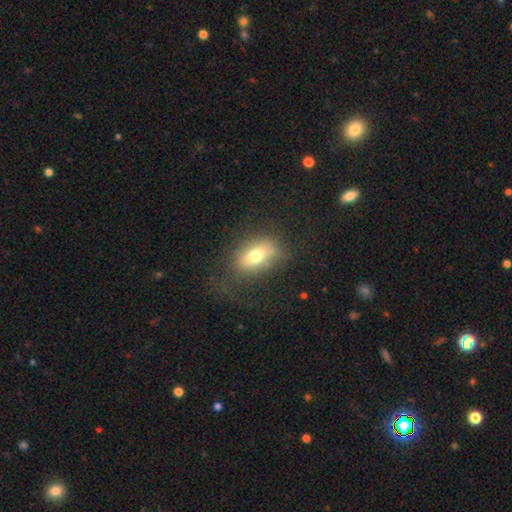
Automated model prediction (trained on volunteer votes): This is likely a smooth galaxy (71%). How rounded: clearly in between (82%). Merging: likely none (64%).